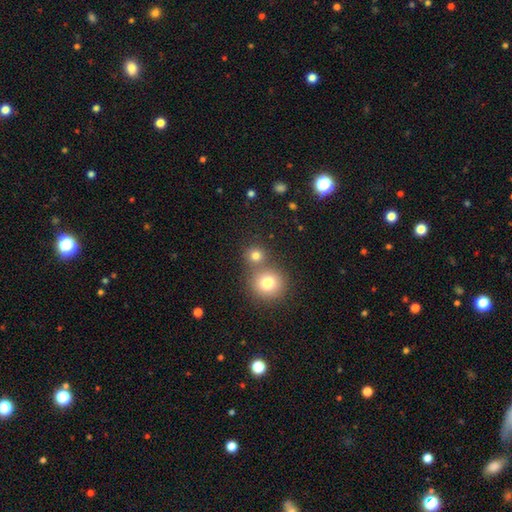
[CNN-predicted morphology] type=smooth (79%); roundness=round (89%); merging=none (61%).